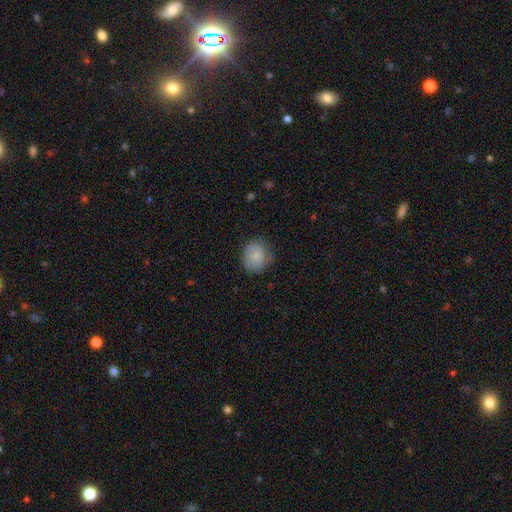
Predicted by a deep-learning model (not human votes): A smooth galaxy with no disk features (68%) that is round (60%). Merging: none (65%).